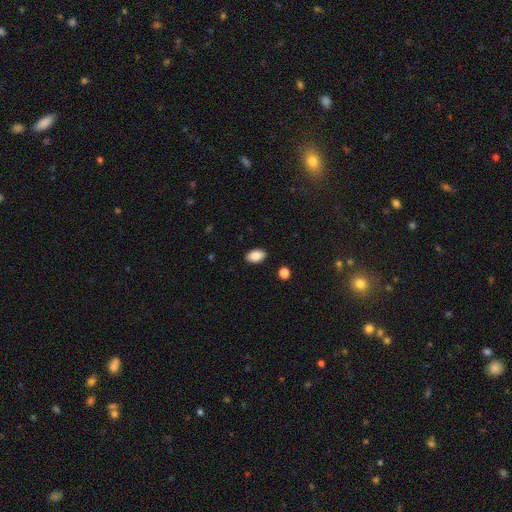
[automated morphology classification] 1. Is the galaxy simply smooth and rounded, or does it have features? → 88% smooth, 7% star or artifact, 4% featured or disk.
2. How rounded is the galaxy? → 91% in between, 8% round, 1% cigar-shaped.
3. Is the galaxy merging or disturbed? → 88% none, 9% minor disturbance, 2% major disturbance, 1% merger.